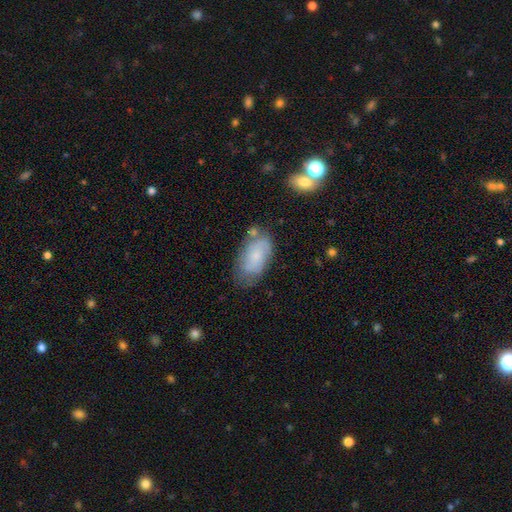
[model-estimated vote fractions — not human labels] Morphology: type=smooth (56%); roundness=in between (93%); merging=none (57%).